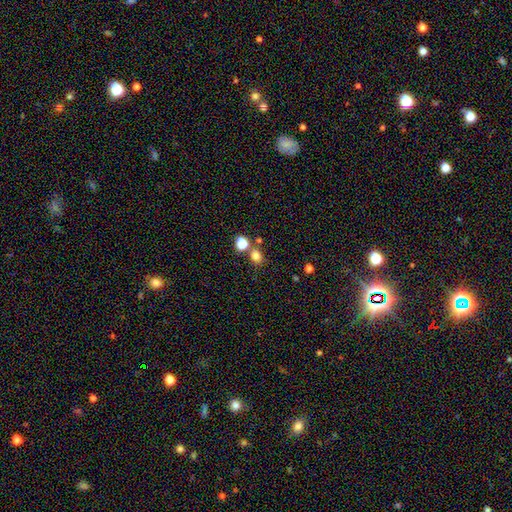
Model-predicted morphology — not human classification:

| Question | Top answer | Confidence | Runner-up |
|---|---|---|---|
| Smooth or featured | smooth | 78% | star or artifact (16%) |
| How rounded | round | 74% | in between (25%) |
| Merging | none | 67% | merger (20%) |